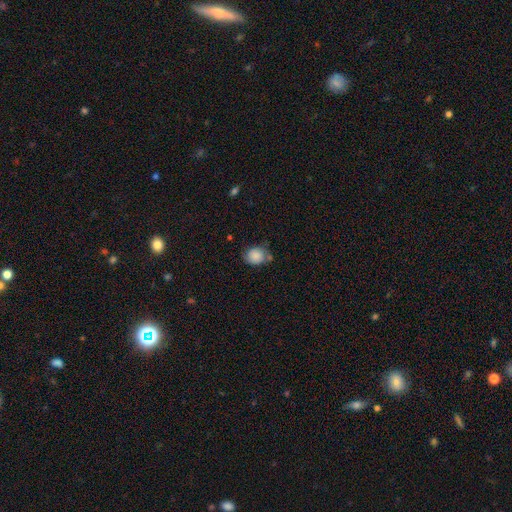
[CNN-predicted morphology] smooth-or-featured: smooth: 85% | star or artifact: 8% | featured or disk: 7%
  how-rounded: round: 67% | in between: 32% | cigar-shaped: 1%
  merging: none: 60% | minor disturbance: 26% | merger: 8% | major disturbance: 7%